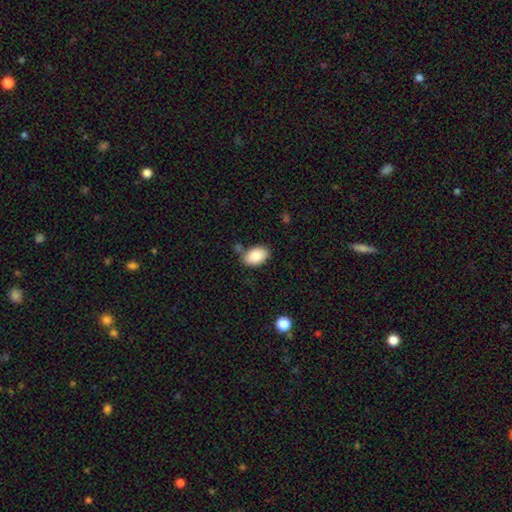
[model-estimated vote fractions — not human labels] Smooth or featured? smooth (85%)
How rounded? in between (90%)
Merging? none (78%)